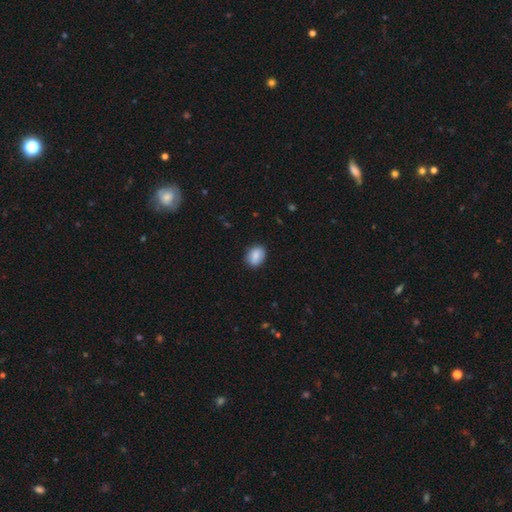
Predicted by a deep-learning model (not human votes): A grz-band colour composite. It shows a smooth galaxy with no disk features (84%) that is in between round and cigar-shaped (64%). Merging: none (86%).